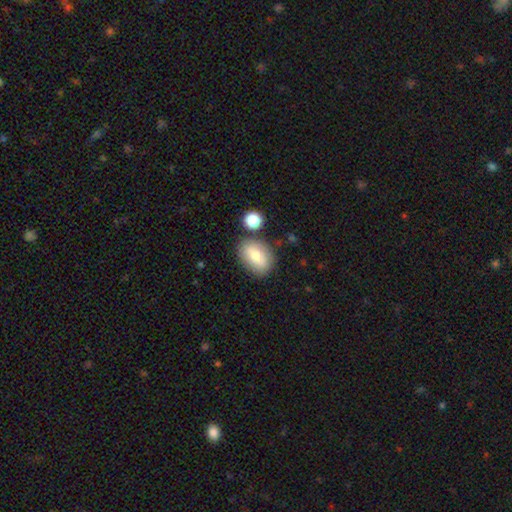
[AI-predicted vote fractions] This appears to be a smooth galaxy with no disk features (76%) that is in between round and cigar-shaped (83%). Merging: none (73%).